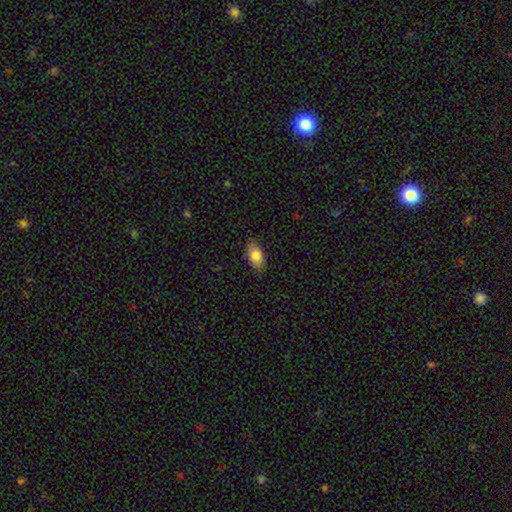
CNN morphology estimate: A smooth galaxy with no disk features (83%) that is in between round and cigar-shaped (91%). Merging: none (85%).